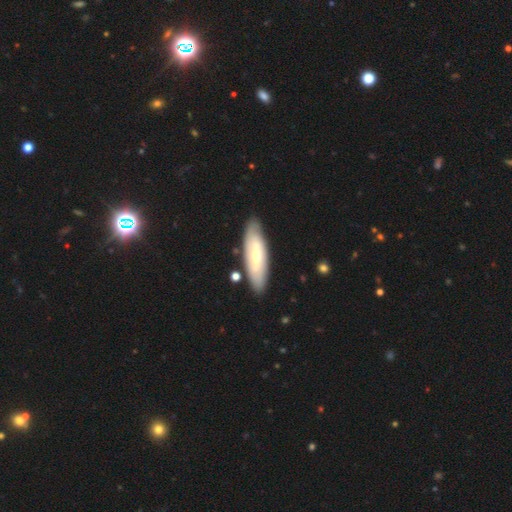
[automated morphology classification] smooth-or-featured: featured or disk: 56% | smooth: 39% | star or artifact: 5%
  disk-edge-on: no: 72% | yes: 28%
  merging: none: 83% | minor disturbance: 11% | merger: 3% | major disturbance: 2%